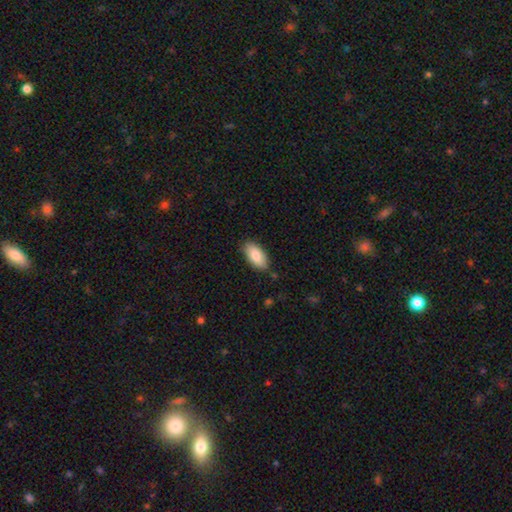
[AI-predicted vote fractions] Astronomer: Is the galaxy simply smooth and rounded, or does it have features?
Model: smooth — 85%.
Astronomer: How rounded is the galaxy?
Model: in between — 92%.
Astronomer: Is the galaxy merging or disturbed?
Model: none — 83%.